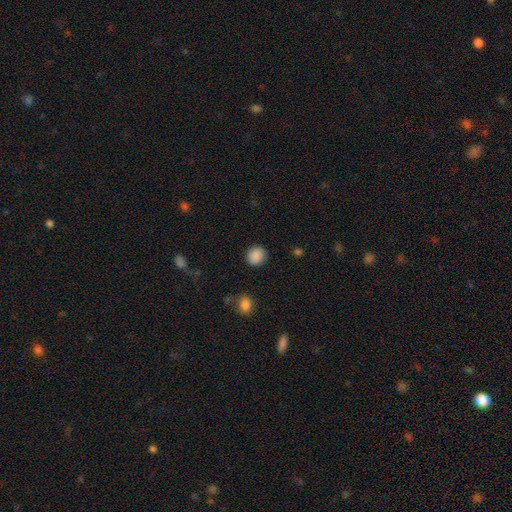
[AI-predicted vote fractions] This appears to be a smooth galaxy with no disk features (88%) that is round (83%). Merging: none (89%).